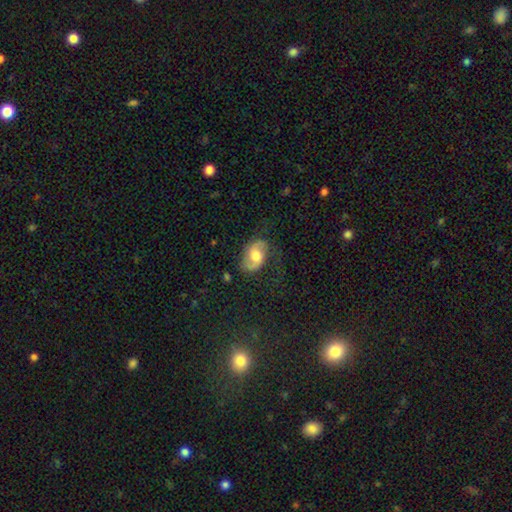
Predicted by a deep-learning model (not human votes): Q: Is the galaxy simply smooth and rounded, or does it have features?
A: featured or disk — 66%.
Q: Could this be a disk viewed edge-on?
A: no — 97%.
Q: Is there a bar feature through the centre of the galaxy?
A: no — 56%.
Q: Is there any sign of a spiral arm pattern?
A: yes — 90%.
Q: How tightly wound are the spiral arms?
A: medium — 43%.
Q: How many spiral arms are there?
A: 2 — 88%.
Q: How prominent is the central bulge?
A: moderate — 64%.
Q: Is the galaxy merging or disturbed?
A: none — 70%.